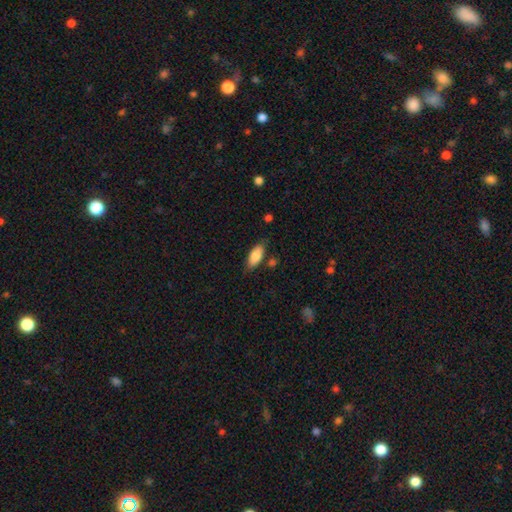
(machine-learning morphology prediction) smooth_or_featured: smooth (p=0.81) [alt: featured or disk p=0.12]
how_rounded: in between (p=0.84) [alt: cigar-shaped p=0.13]
merging: none (p=0.77) [alt: minor disturbance p=0.16]